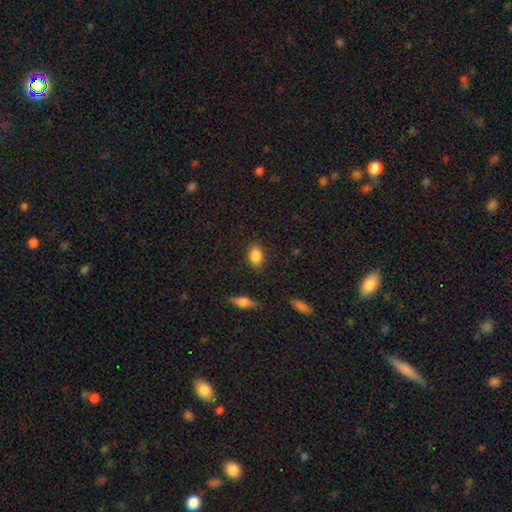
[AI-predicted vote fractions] smooth_or_featured: smooth (p=0.86) [alt: star or artifact p=0.08]
how_rounded: in between (p=0.85) [alt: round p=0.13]
merging: none (p=0.85) [alt: minor disturbance p=0.10]